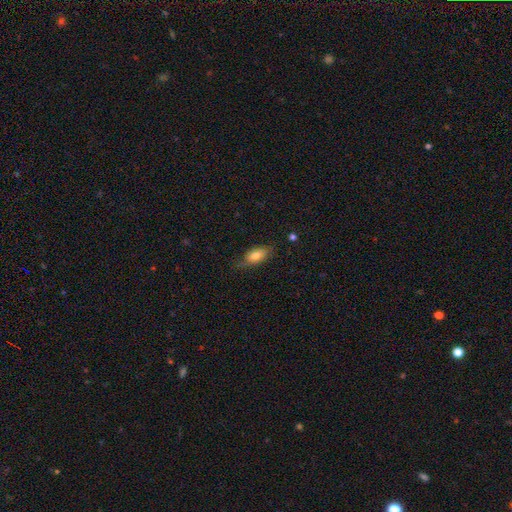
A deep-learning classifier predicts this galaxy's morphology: type=smooth (74%); roundness=in between (85%); merging=none (64%).